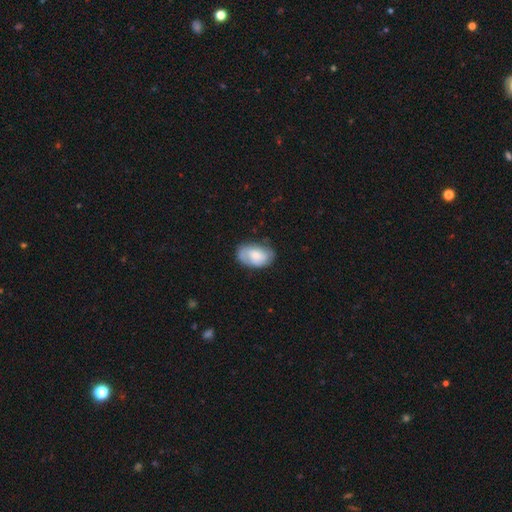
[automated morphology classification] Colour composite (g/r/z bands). It shows a smooth galaxy with no disk features (57%) that is in between round and cigar-shaped (90%). Merging: none (71%).